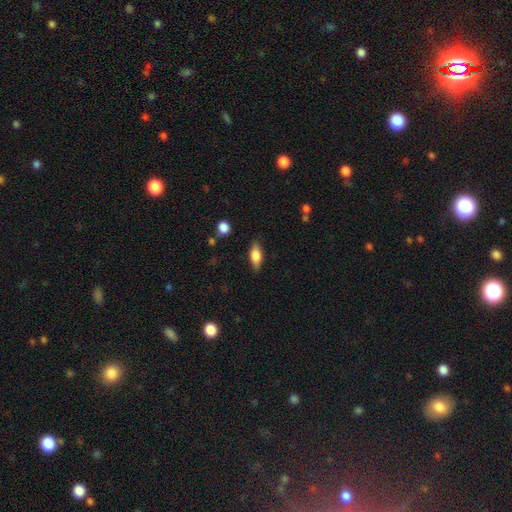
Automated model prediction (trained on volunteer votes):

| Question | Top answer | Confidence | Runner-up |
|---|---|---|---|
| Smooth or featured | smooth | 69% | featured or disk (24%) |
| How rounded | in between | 77% | cigar-shaped (19%) |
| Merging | none | 83% | minor disturbance (13%) |